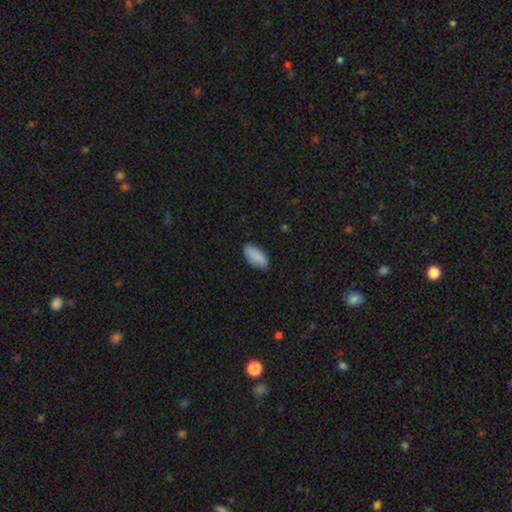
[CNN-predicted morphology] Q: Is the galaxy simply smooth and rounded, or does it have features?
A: smooth — 89%.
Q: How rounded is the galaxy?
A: in between — 90%.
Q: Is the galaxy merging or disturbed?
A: none — 84%.